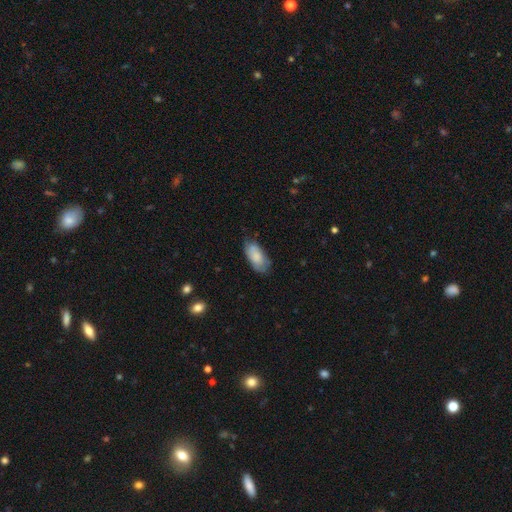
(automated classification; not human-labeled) The model was most divided on "merging": none: 63%, minor disturbance: 29%, major disturbance: 6%, merger: 2%. More confident: how rounded — in between (92%); smooth or featured — smooth (78%).